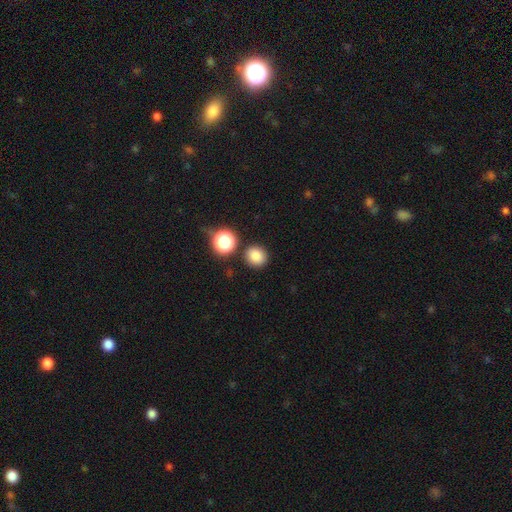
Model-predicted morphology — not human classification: This is clearly a smooth galaxy (81%). How rounded: clearly round (85%). Merging: clearly none (85%).